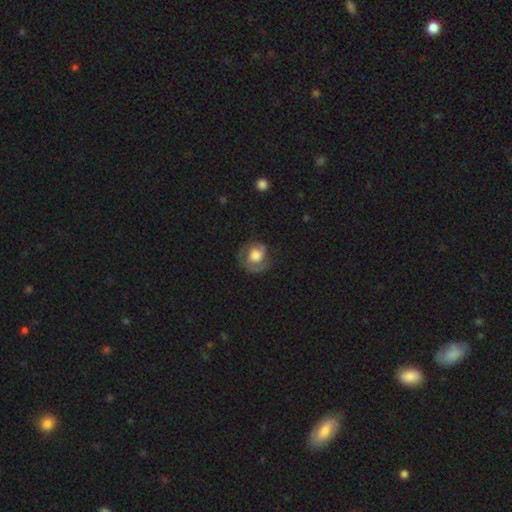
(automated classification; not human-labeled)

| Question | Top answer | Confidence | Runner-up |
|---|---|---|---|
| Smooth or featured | featured or disk | 55% | smooth (38%) |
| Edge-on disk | no | 97% | yes (3%) |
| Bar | no | 76% | weak (20%) |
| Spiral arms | yes | 78% | no (22%) |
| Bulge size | moderate | 43% | large (42%) |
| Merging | none | 58% | minor disturbance (23%) |